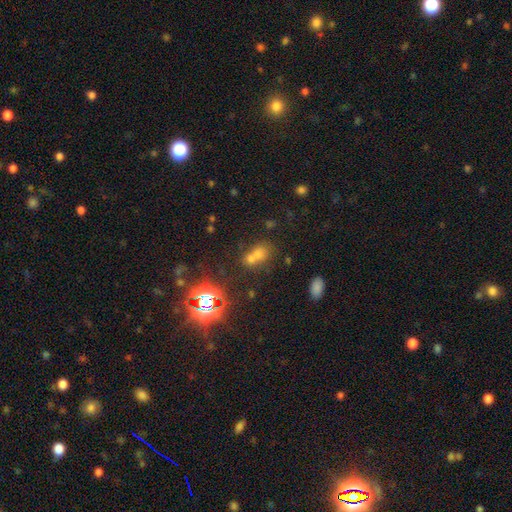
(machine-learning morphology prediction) type=smooth (57%); roundness=round (52%); merging=merger (56%).